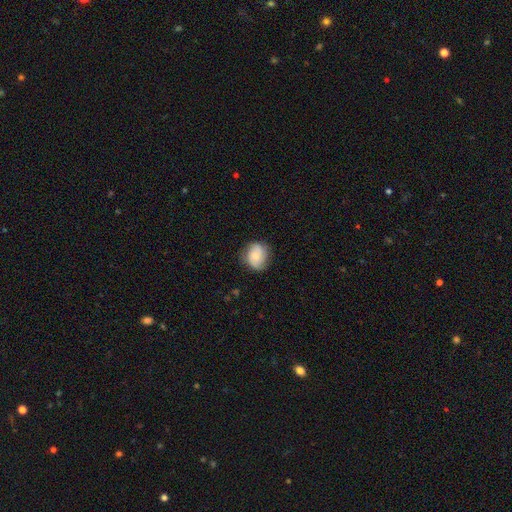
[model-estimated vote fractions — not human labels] This appears to be a smooth galaxy with no disk features (53%) that is round (62%). Merging: none (70%).